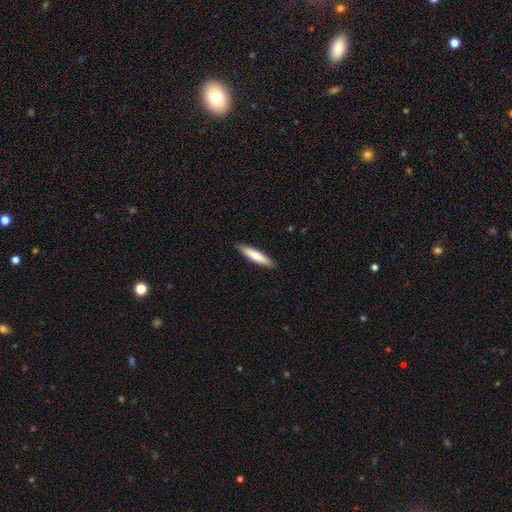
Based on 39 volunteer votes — Smooth or featured?
  - smooth: 67% *
  - featured or disk: 26%
  - star or artifact: 8%
How rounded?
  - cigar-shaped: 85% *
  - in between: 15%
  - round: 0%
Merging?
  - none: 92% *
  - minor disturbance: 6%
  - merger: 3%
  - major disturbance: 0%